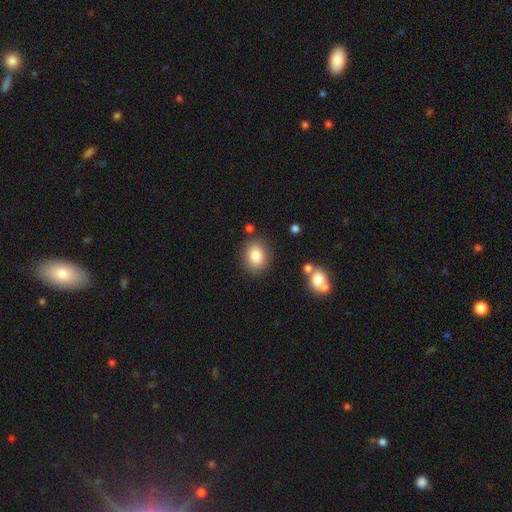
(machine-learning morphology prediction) This is clearly a smooth galaxy (83%). How rounded: possibly round (54%). Merging: clearly none (83%).